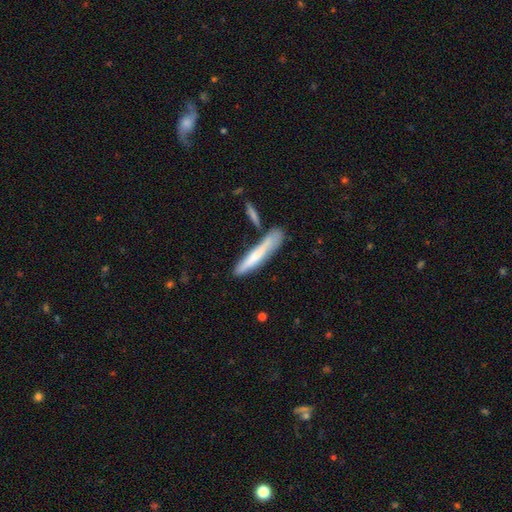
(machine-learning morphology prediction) Q: Smooth or featured?
A: smooth (61%); runner-up: featured or disk (33%)
Q: How rounded?
A: cigar-shaped (91%); runner-up: in between (8%)
Q: Merging?
A: none (60%); runner-up: minor disturbance (19%)